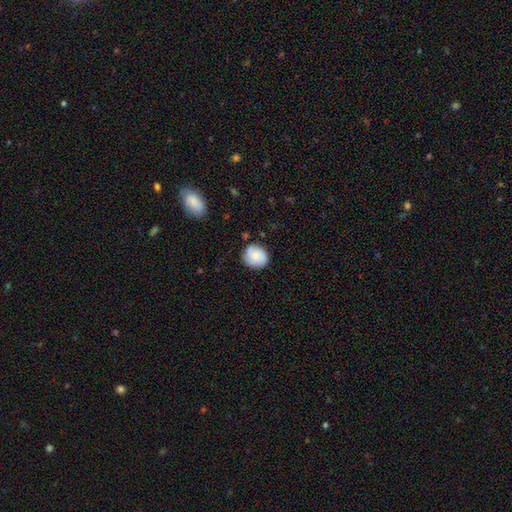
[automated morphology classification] smooth_or_featured: smooth (p=0.64) [alt: featured or disk p=0.28]
how_rounded: round (p=0.73) [alt: in between p=0.26]
merging: none (p=0.76) [alt: minor disturbance p=0.18]